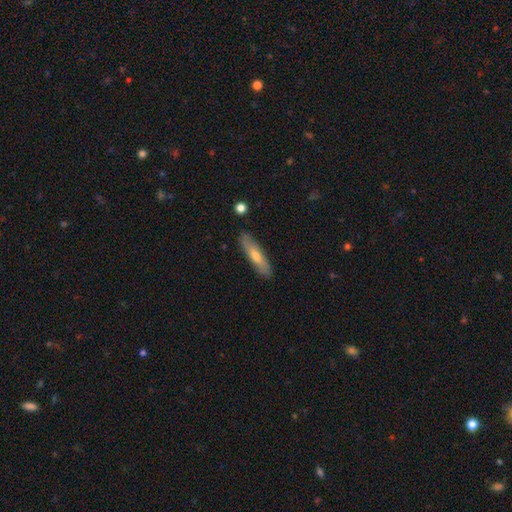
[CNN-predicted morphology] smooth-or-featured: smooth: 56% | featured or disk: 38% | star or artifact: 6%
  how-rounded: cigar-shaped: 75% | in between: 23% | round: 2%
  merging: none: 86% | minor disturbance: 10% | major disturbance: 2% | merger: 2%